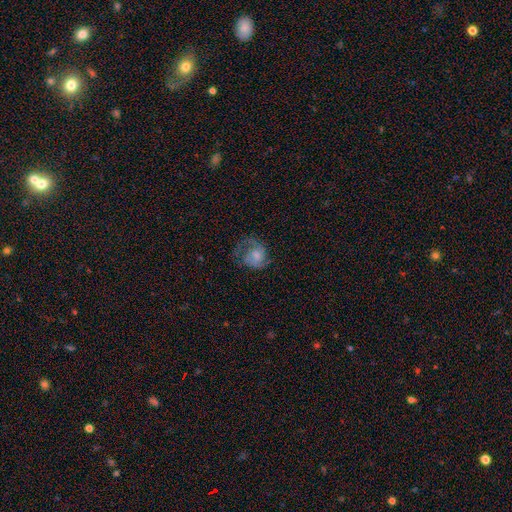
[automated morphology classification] Smooth or featured: featured or disk — 55% (smooth — 36%)
Edge-on disk: no — 97% (yes — 3%)
Bar: no — 70% (weak — 27%)
Spiral arms: yes — 82% (no — 18%)
Bulge size: moderate — 41% (small — 25%)
Merging: none — 46% (major disturbance — 28%)